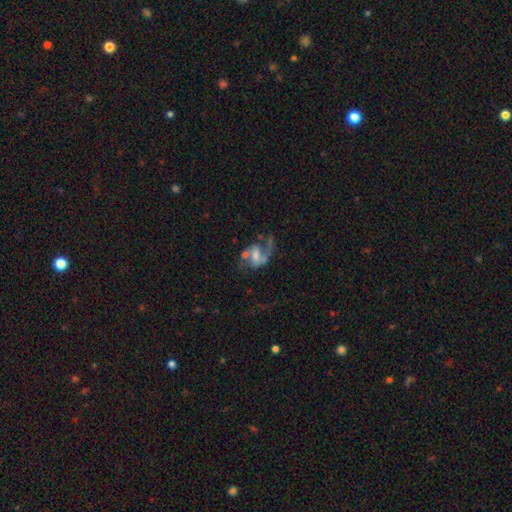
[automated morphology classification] type=featured or disk (78%); edge-on=no (97%); bar=weak (47%); spiral arms=yes (89%); winding=loose (56%); arm count=2 (57%); bulge=moderate (40%); merging=none (38%).